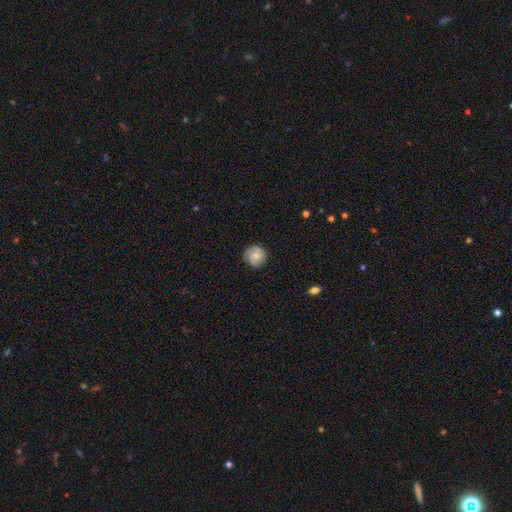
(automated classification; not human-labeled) This appears to be a smooth galaxy with no disk features (57%) that is round (92%). Merging: none (81%).